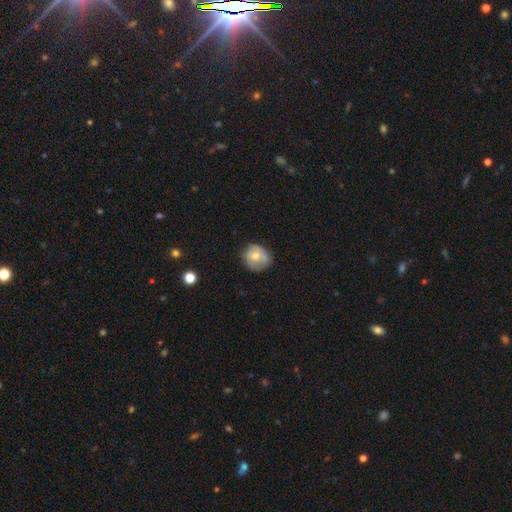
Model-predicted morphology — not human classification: This appears to be a smooth galaxy with no disk features (61%) that is round (81%). Merging: none (64%).